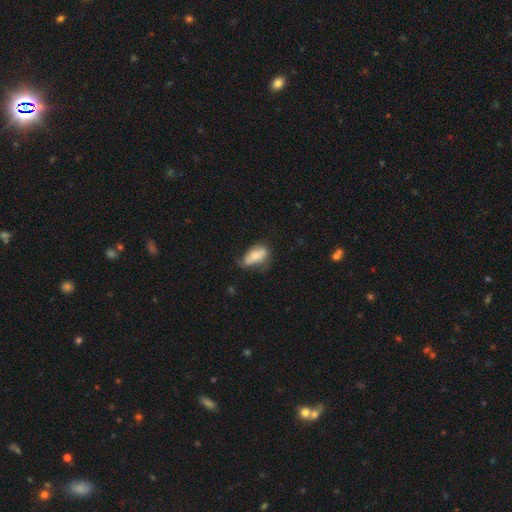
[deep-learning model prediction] Overall: smooth (66%). How rounded: in between (86%). Merging: none (45%; minor disturbance 36%).